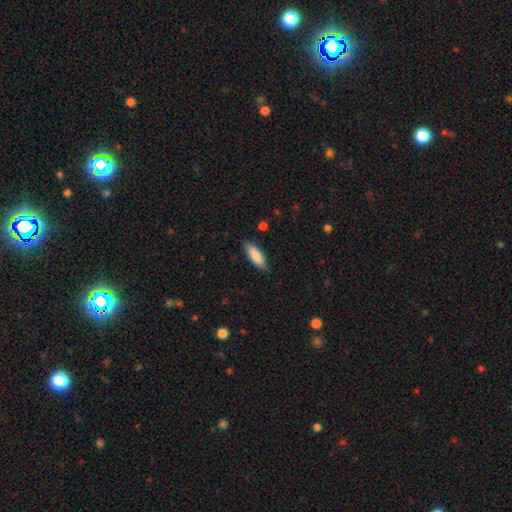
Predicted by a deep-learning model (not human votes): A smooth galaxy with no disk features (85%) that is in between round and cigar-shaped (67%).

Vote fractions:
- Smooth or featured? smooth: 85% / featured or disk: 9% / star or artifact: 6%
- How rounded? in between: 67% / cigar-shaped: 31% / round: 2%
- Merging? none: 79% / minor disturbance: 17% / major disturbance: 3% / merger: 1%